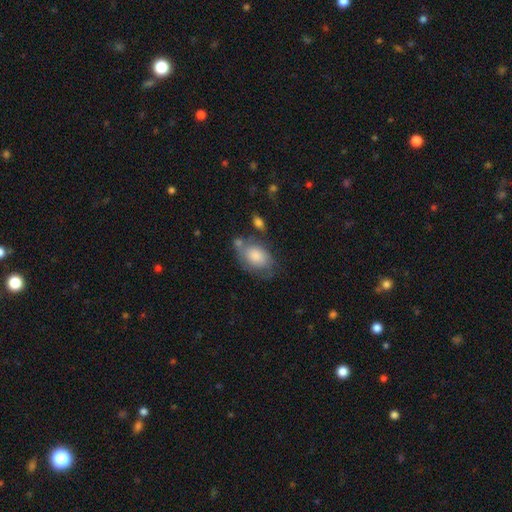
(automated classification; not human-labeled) smooth 72%, featured or disk 21%, star or artifact 7%. Down the decision tree: how rounded — in between (86%); merging — none (47%).